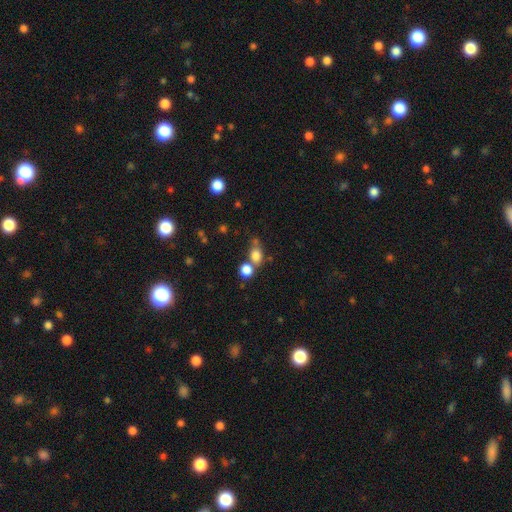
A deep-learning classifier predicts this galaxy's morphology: smooth 79%, star or artifact 12%, featured or disk 9%. Down the decision tree: how rounded — round (51%); merging — none (47%).